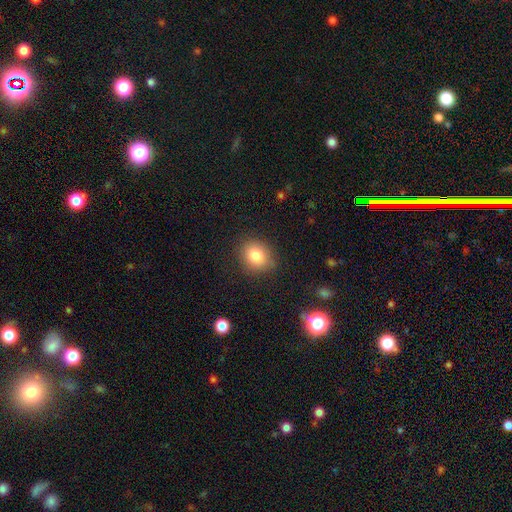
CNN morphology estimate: Smooth or featured? smooth (83%)
How rounded? round (67%)
Merging? none (83%)